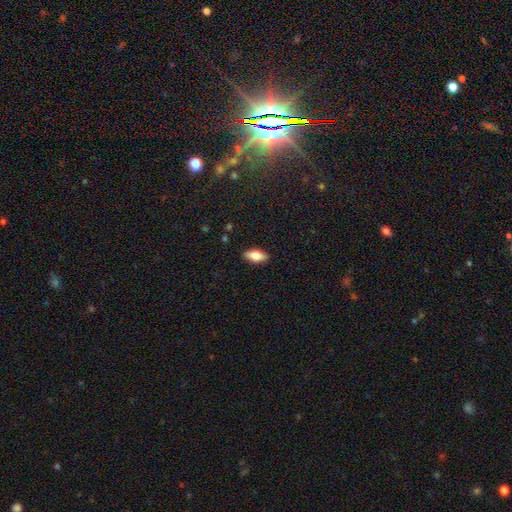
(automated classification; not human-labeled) Q: Smooth or featured?
A: smooth (75%); runner-up: featured or disk (19%)
Q: How rounded?
A: in between (84%); runner-up: cigar-shaped (14%)
Q: Merging?
A: none (88%); runner-up: minor disturbance (9%)